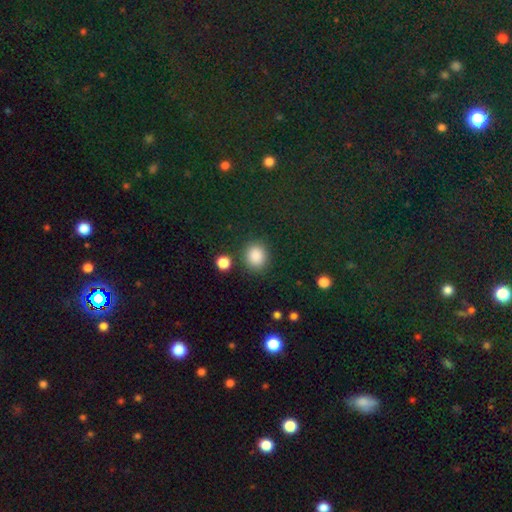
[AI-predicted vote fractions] This appears to be a smooth galaxy with no disk features (87%) that is round (76%). Merging: none (82%).